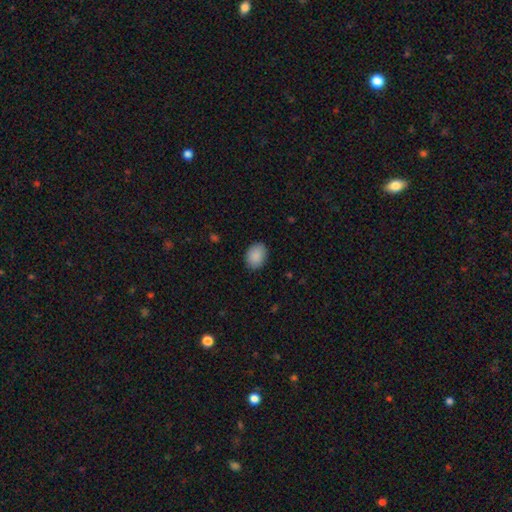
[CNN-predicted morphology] type=smooth (89%); roundness=in between (66%); merging=none (86%).